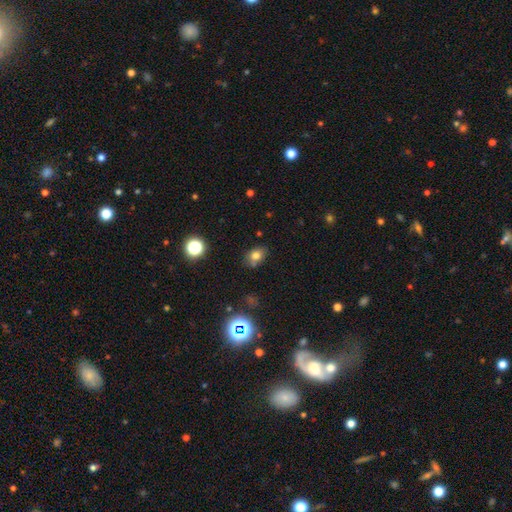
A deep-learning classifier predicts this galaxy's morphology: A smooth galaxy with no disk features (73%) that is in between round and cigar-shaped (63%).

Vote fractions:
- Smooth or featured? smooth: 73% / star or artifact: 16% / featured or disk: 11%
- How rounded? in between: 63% / round: 35% / cigar-shaped: 1%
- Merging? none: 71% / minor disturbance: 18% / merger: 8% / major disturbance: 4%